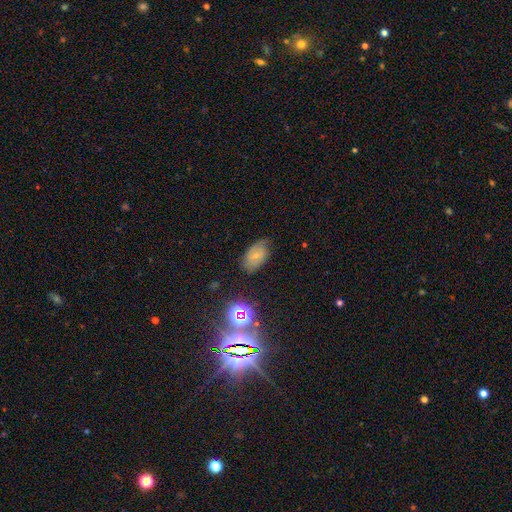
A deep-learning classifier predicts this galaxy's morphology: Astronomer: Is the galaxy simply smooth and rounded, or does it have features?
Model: smooth — 53% (runner-up: featured or disk, 32%).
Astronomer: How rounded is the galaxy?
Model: in between — 89%.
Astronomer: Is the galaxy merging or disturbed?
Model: none — 66%.